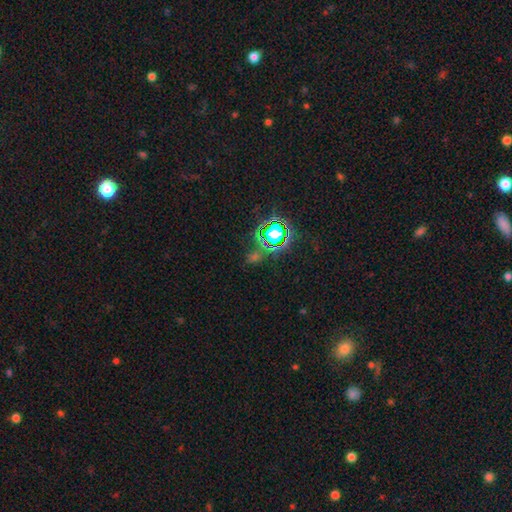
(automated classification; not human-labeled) Smooth or featured? star or artifact (68%)